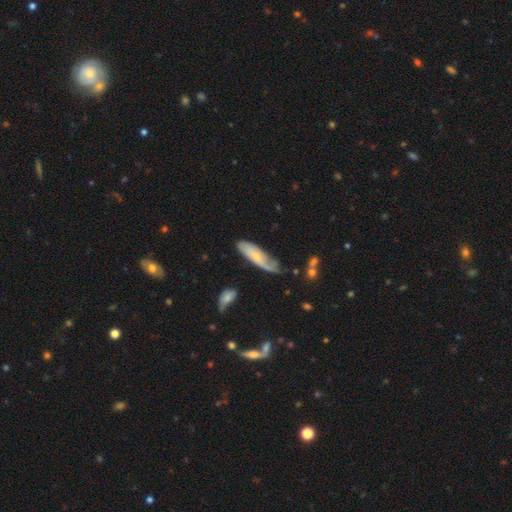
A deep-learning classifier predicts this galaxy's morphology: Smooth or featured?
  - smooth: 49% *
  - featured or disk: 45%
  - star or artifact: 6%
Merging?
  - none: 48% *
  - minor disturbance: 34%
  - major disturbance: 13%
  - merger: 5%